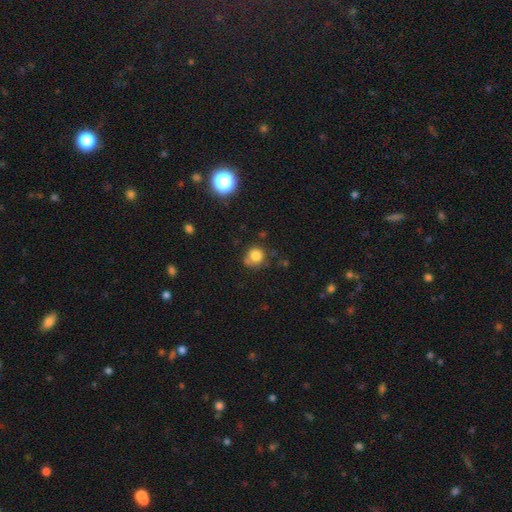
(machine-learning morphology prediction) This appears to be a smooth galaxy with no disk features (80%) that is round (84%). Merging: none (62%).